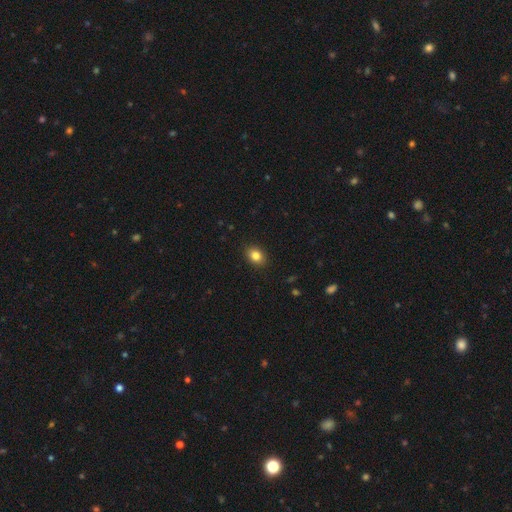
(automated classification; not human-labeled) Morphology: type=smooth (83%); roundness=in between (61%); merging=none (89%).